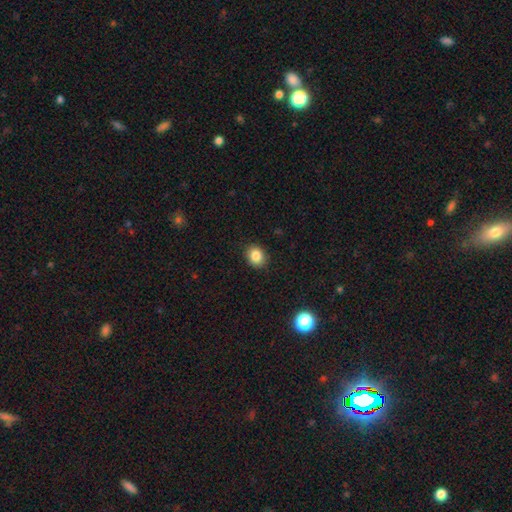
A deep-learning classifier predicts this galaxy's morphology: Q: Smooth or featured?
A: smooth (85%); runner-up: star or artifact (10%)
Q: How rounded?
A: round (57%); runner-up: in between (42%)
Q: Merging?
A: none (89%); runner-up: minor disturbance (8%)